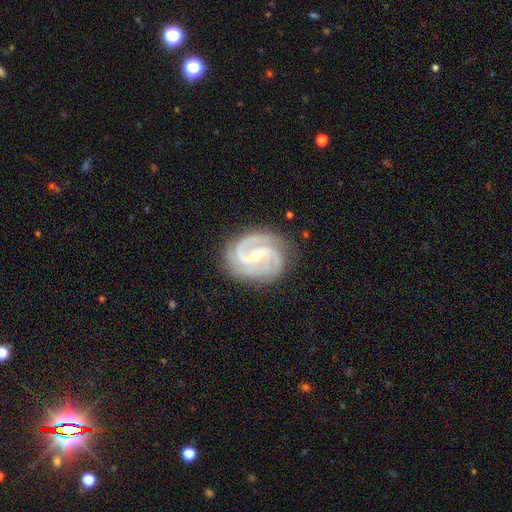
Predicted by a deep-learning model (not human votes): This is clearly a featured or disk galaxy (92%). It is clearly not viewed edge-on (98%). Bar: marginally weak (44%). Spiral arm pattern: clearly yes (98%). Spiral arm count: marginally 2 (41%). Spiral winding: possibly medium (49%). Central bulge: likely small (65%). Merging: likely none (80%).